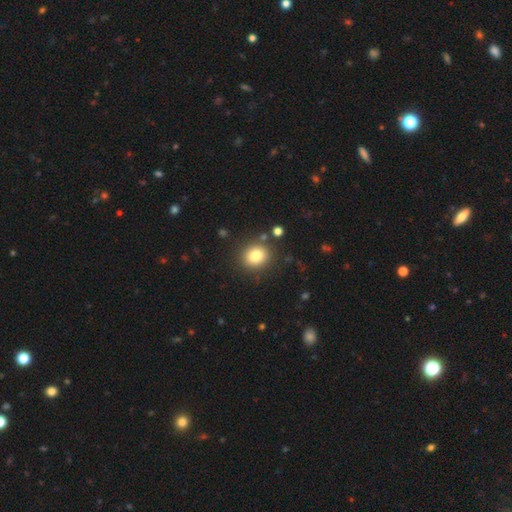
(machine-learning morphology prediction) smooth_or_featured: smooth (p=0.82) [alt: star or artifact p=0.11]
how_rounded: round (p=0.77) [alt: in between p=0.22]
merging: none (p=0.85) [alt: minor disturbance p=0.08]